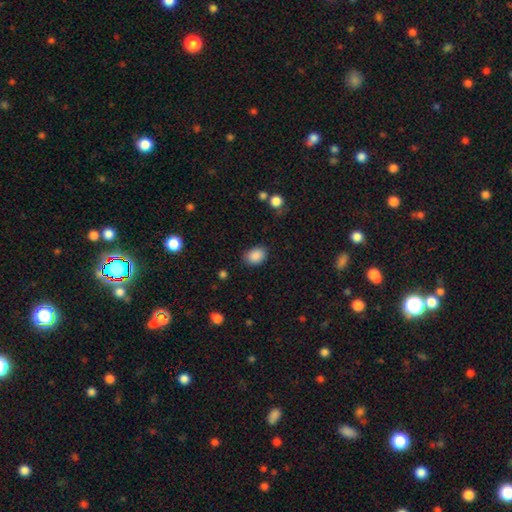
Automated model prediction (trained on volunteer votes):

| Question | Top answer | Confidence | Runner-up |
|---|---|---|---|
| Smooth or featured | smooth | 88% | star or artifact (9%) |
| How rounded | in between | 72% | round (27%) |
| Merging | none | 80% | minor disturbance (15%) |